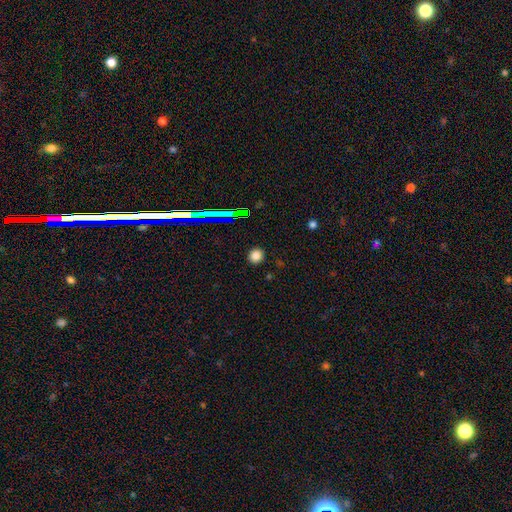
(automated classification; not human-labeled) smooth_or_featured: smooth (p=0.80) [alt: star or artifact p=0.15]
how_rounded: round (p=0.88) [alt: in between p=0.11]
merging: none (p=0.91) [alt: minor disturbance p=0.06]